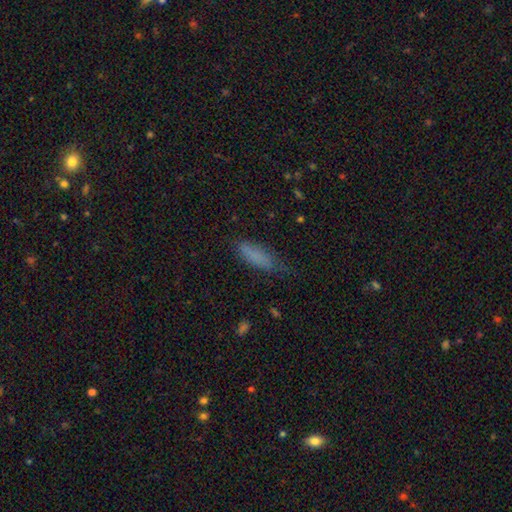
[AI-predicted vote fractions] smooth_or_featured: smooth (p=0.80) [alt: featured or disk p=0.11]
how_rounded: cigar-shaped (p=0.51) [alt: in between p=0.47]
merging: none (p=0.57) [alt: minor disturbance p=0.31]